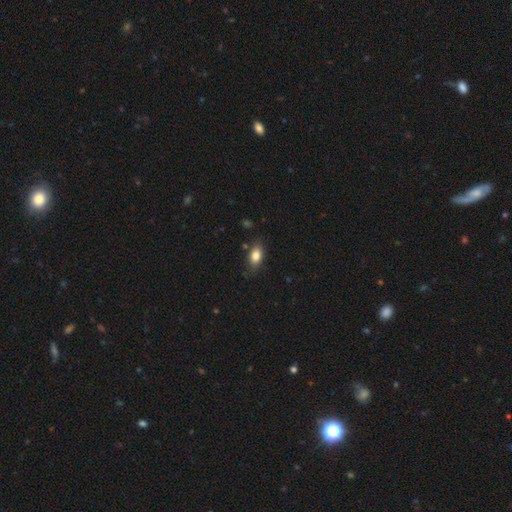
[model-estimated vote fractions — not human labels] Overall: smooth (83%). How rounded: in between (88%). Merging: none (79%).